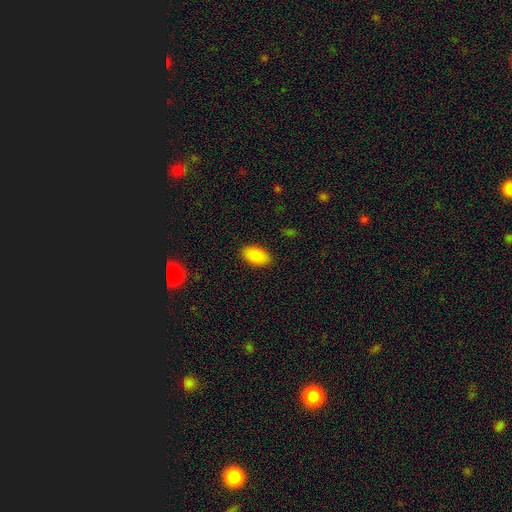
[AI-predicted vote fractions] Smooth or featured? Predicted: smooth (p=0.84). How rounded? Predicted: in between (p=0.93). Merging? Predicted: none (p=0.88).